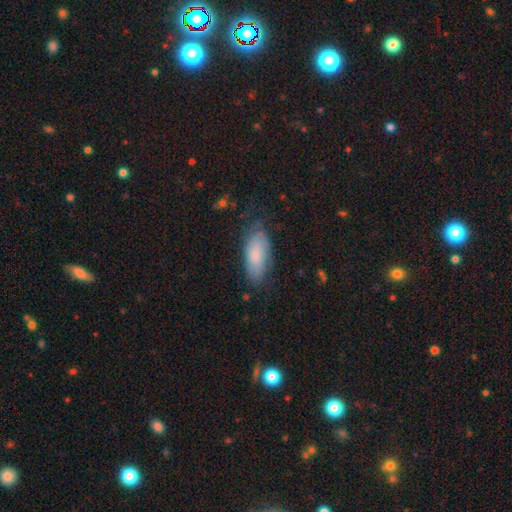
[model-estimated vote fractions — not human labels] Q: Smooth or featured?
A: smooth (66%); runner-up: featured or disk (27%)
Q: How rounded?
A: in between (87%); runner-up: cigar-shaped (11%)
Q: Merging?
A: none (62%); runner-up: minor disturbance (27%)